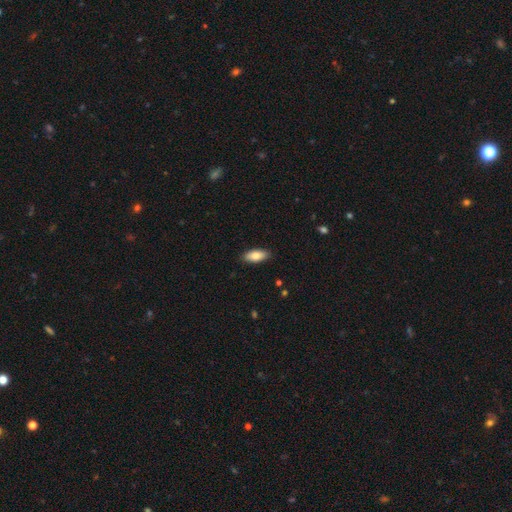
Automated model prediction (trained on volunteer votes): Smooth or featured? Predicted: smooth (p=0.81). How rounded? Predicted: in between (p=0.85). Merging? Predicted: none (p=0.89).